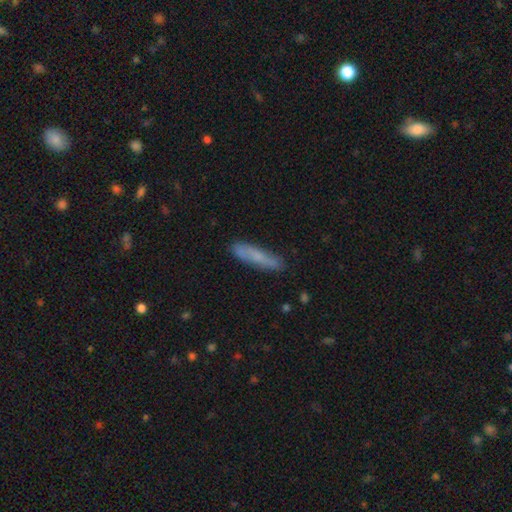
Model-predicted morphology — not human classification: Smooth or featured? smooth (66%)
How rounded? cigar-shaped (85%)
Merging? none (84%)